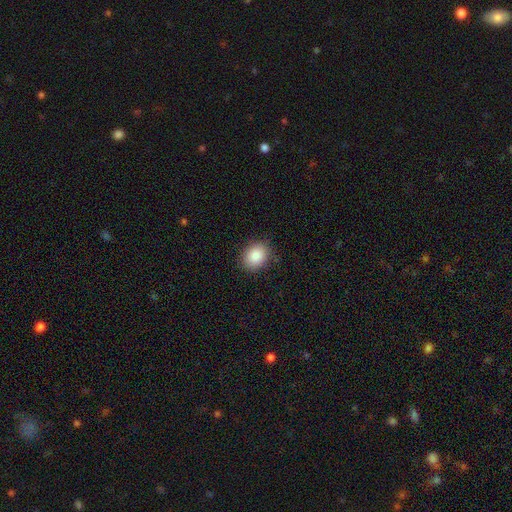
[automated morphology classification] Smooth or featured? smooth (88%)
How rounded? in between (50%)
Merging? none (85%)